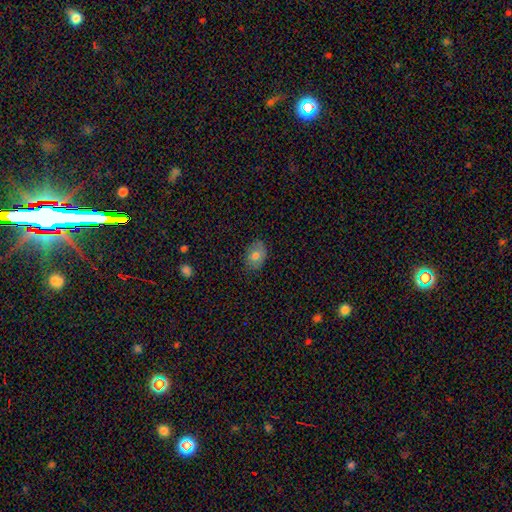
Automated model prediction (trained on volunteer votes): smooth_or_featured: smooth (p=0.75) [alt: featured or disk p=0.16]
how_rounded: in between (p=0.78) [alt: round p=0.21]
merging: none (p=0.78) [alt: minor disturbance p=0.18]